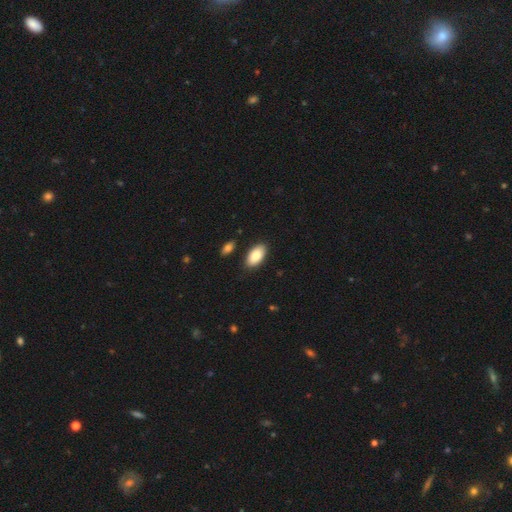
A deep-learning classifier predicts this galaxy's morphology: smooth-or-featured: smooth: 87% | featured or disk: 7% | star or artifact: 6%
  how-rounded: in between: 95% | cigar-shaped: 3% | round: 3%
  merging: none: 86% | minor disturbance: 9% | merger: 2% | major disturbance: 2%